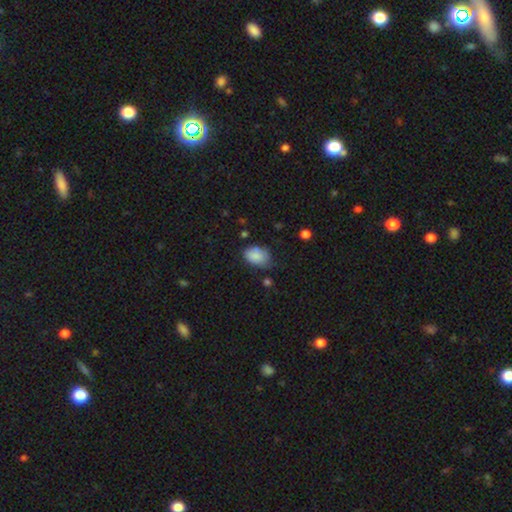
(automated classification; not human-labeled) smooth-or-featured: smooth: 84% | star or artifact: 8% | featured or disk: 7%
  how-rounded: in between: 81% | round: 18% | cigar-shaped: 1%
  merging: none: 57% | minor disturbance: 32% | major disturbance: 8% | merger: 4%